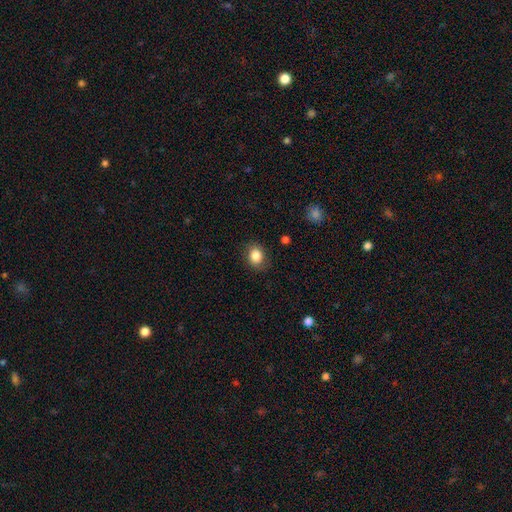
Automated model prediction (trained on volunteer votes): The model was most divided on "how rounded": round: 54%, in between: 45%, cigar-shaped: 1%. More confident: smooth or featured — smooth (84%); merging — none (81%).